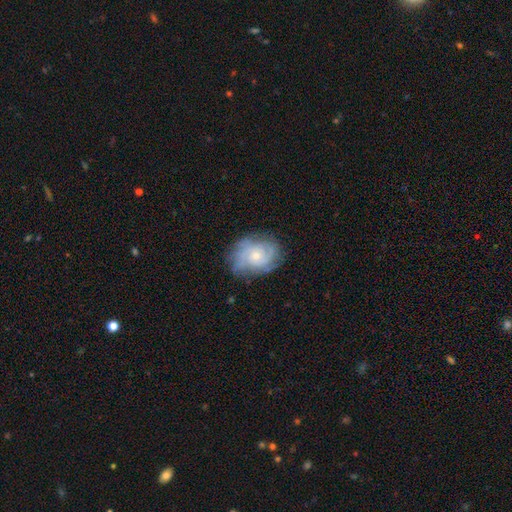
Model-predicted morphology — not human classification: Smooth or featured? featured or disk (73%)
Edge-on disk? no (97%)
Bar? no (79%)
Spiral arms? yes (90%)
Spiral winding? tight (60%)
Spiral arm count? can't tell (42%)
Bulge size? small (63%)
Merging? none (72%)